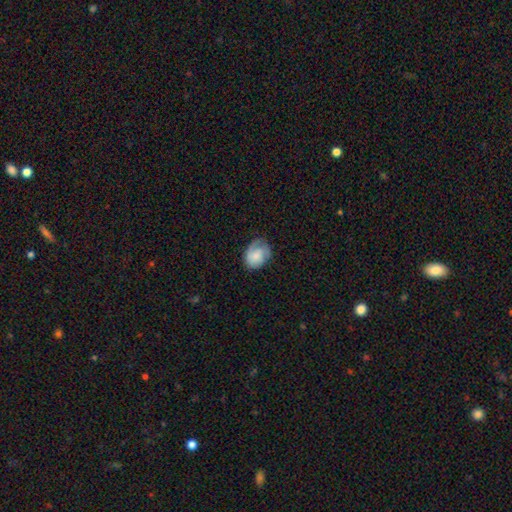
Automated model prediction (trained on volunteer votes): A smooth galaxy with no disk features (63%) that is in between round and cigar-shaped (57%). Merging: none (54%).